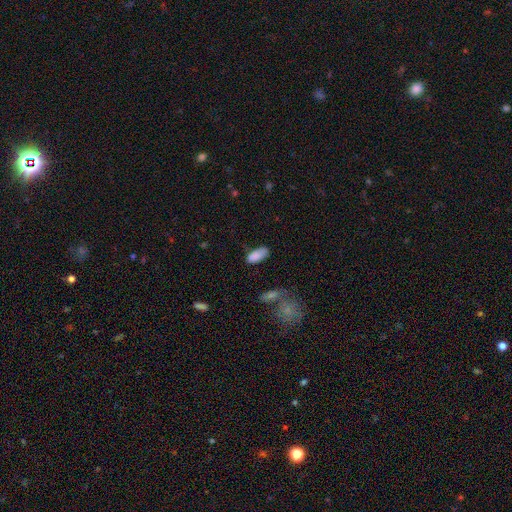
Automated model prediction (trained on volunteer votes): This is clearly a smooth galaxy (85%). How rounded: clearly in between (88%). Merging: likely none (65%).